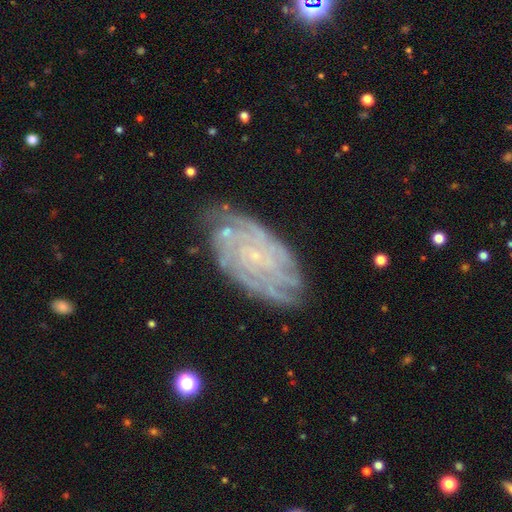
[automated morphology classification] Smooth or featured?
  - featured or disk: 82% *
  - smooth: 10%
  - star or artifact: 8%
Edge-on disk?
  - no: 95% *
  - yes: 5%
Bar?
  - no: 72% *
  - weak: 22%
  - strong: 6%
Spiral arms?
  - yes: 94% *
  - no: 6%
Spiral winding?
  - tight: 74% *
  - medium: 21%
  - loose: 5%
Spiral arm count?
  - can't tell: 38% *
  - 4: 19%
  - more than 4: 14%
  - 3: 12%
  - 2: 10%
  - 1: 7%
Bulge size?
  - small: 83% *
  - none: 9%
  - moderate: 6%
  - large: 1%
  - dominant: 1%
Merging?
  - none: 73% *
  - minor disturbance: 19%
  - major disturbance: 6%
  - merger: 2%